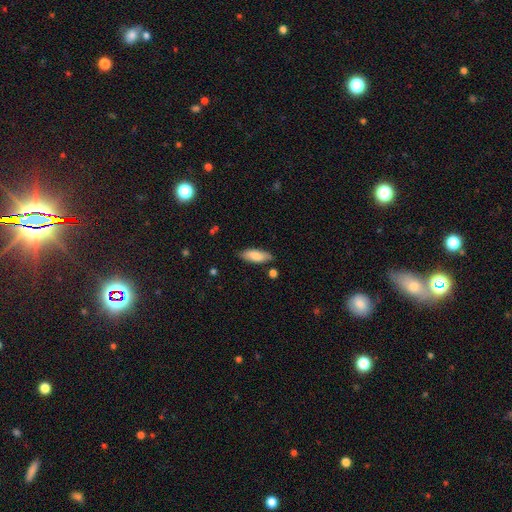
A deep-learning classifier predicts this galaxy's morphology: Q: Smooth or featured?
A: smooth (82%); runner-up: featured or disk (12%)
Q: How rounded?
A: in between (72%); runner-up: cigar-shaped (26%)
Q: Merging?
A: none (81%); runner-up: minor disturbance (14%)